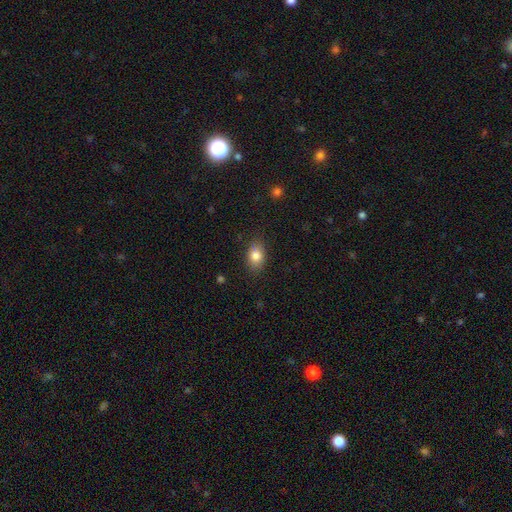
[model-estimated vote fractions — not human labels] This appears to be a smooth galaxy with no disk features (82%) that is in between round and cigar-shaped (80%). Merging: none (84%).